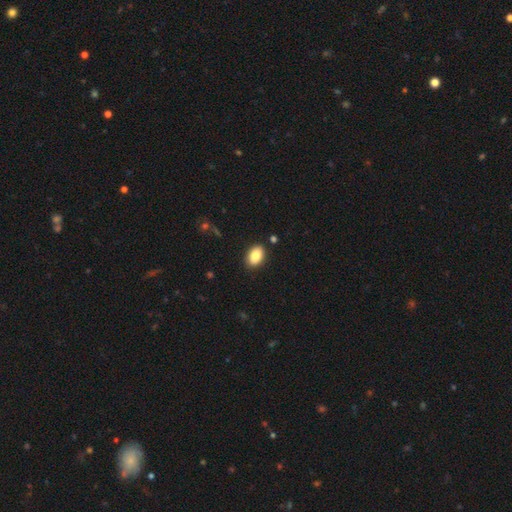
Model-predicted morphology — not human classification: A smooth galaxy with no disk features (86%) that is in between round and cigar-shaped (90%). Merging: none (87%).